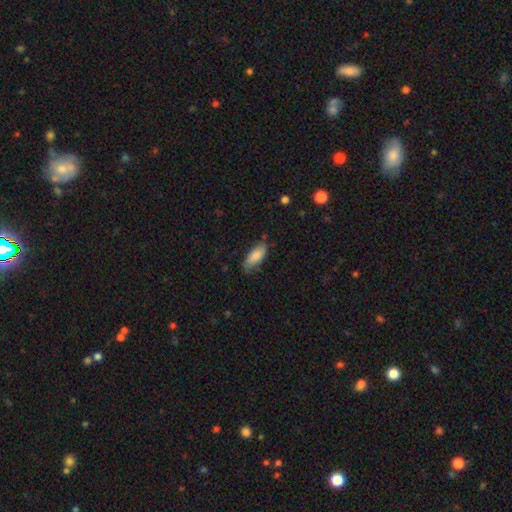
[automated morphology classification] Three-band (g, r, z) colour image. It shows a smooth galaxy with no disk features (84%) that is in between round and cigar-shaped (79%). Merging: none (70%).